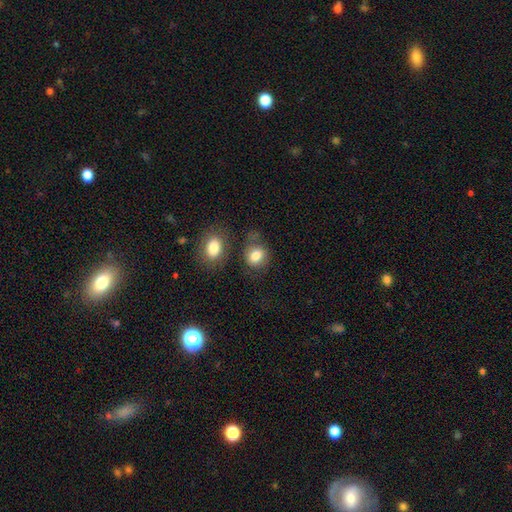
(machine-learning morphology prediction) smooth_or_featured: smooth (p=0.82) [alt: featured or disk p=0.09]
how_rounded: round (p=0.57) [alt: in between p=0.42]
merging: none (p=0.57) [alt: minor disturbance p=0.20]